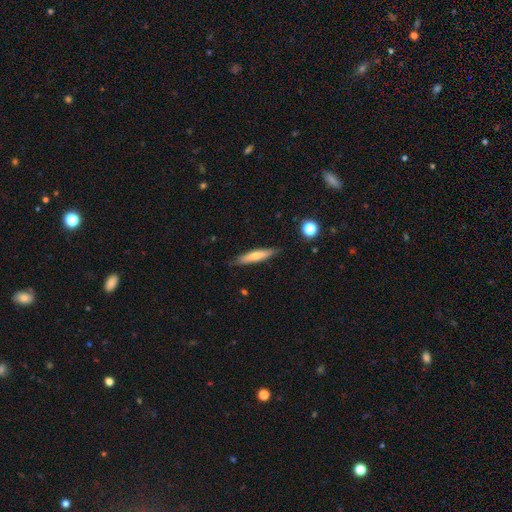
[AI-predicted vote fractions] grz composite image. It shows a smooth galaxy with no disk features (61%) that is cigar-shaped (86%). Merging: none (84%).